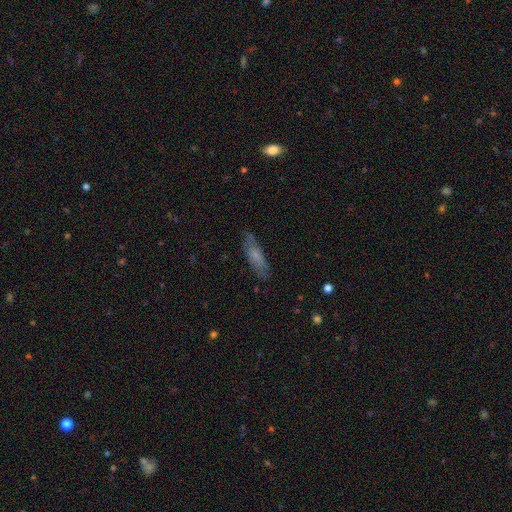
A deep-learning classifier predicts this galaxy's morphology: Q: Smooth or featured?
A: smooth (58%); runner-up: featured or disk (34%)
Q: How rounded?
A: cigar-shaped (55%); runner-up: in between (43%)
Q: Merging?
A: none (76%); runner-up: minor disturbance (18%)